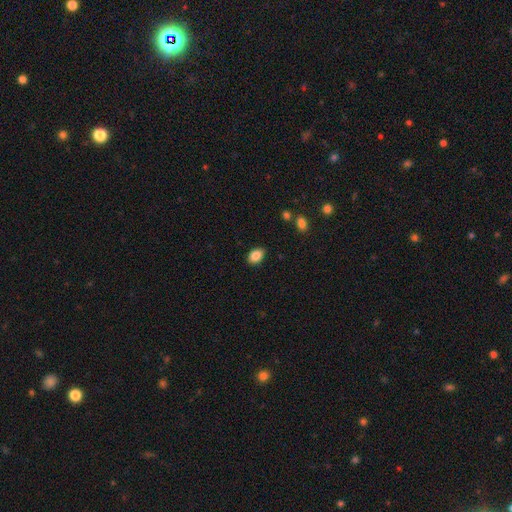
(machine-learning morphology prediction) type=smooth (87%); roundness=in between (83%); merging=none (87%).